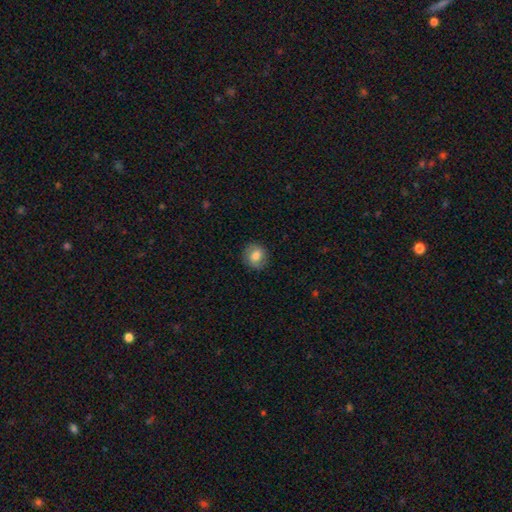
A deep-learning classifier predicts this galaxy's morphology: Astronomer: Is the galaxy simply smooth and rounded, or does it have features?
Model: smooth — 72%.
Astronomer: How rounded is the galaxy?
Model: round — 75%.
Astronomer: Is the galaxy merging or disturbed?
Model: none — 85%.